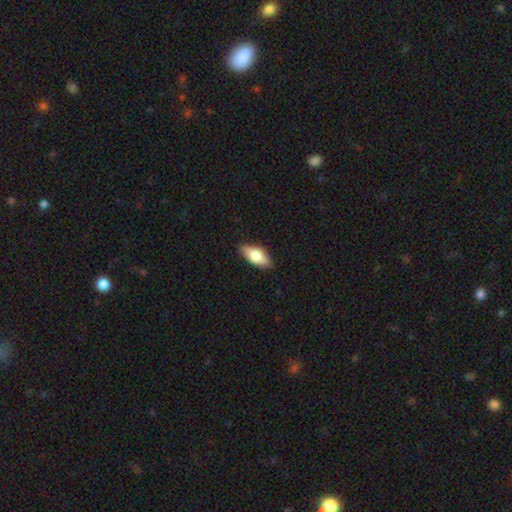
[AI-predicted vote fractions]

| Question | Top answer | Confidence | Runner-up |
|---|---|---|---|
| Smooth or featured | smooth | 66% | featured or disk (28%) |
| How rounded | in between | 83% | cigar-shaped (14%) |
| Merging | none | 86% | minor disturbance (11%) |